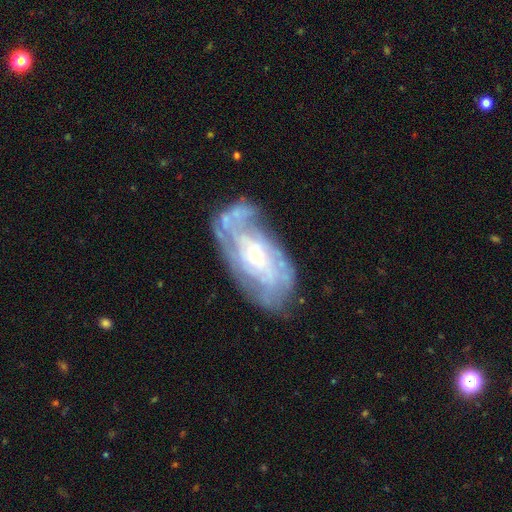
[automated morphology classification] A featured or disk galaxy (82%) with no bar (63%), tight (62%) spiral arms (89%) and a small central bulge (61%). Merging: none (66%).